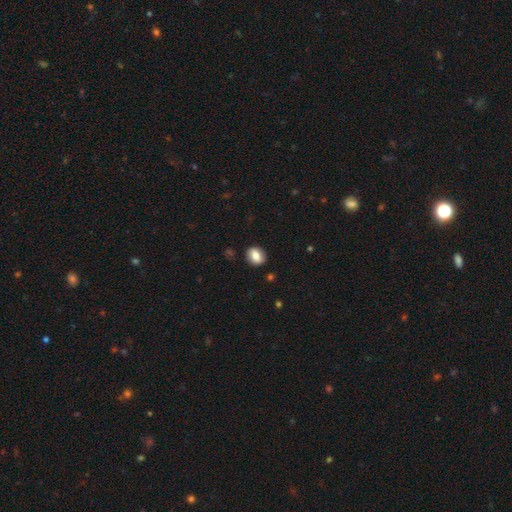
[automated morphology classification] This appears to be a smooth galaxy with no disk features (79%) that is in between round and cigar-shaped (56%). Merging: none (87%).